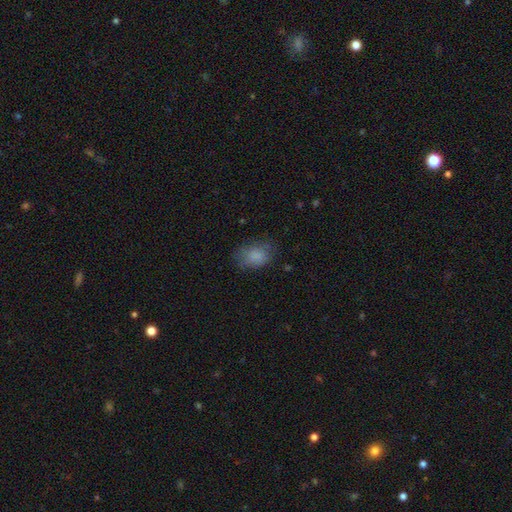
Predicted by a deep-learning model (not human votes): A smooth galaxy with no disk features (82%) that is in between round and cigar-shaped (75%). Merging: none (65%).